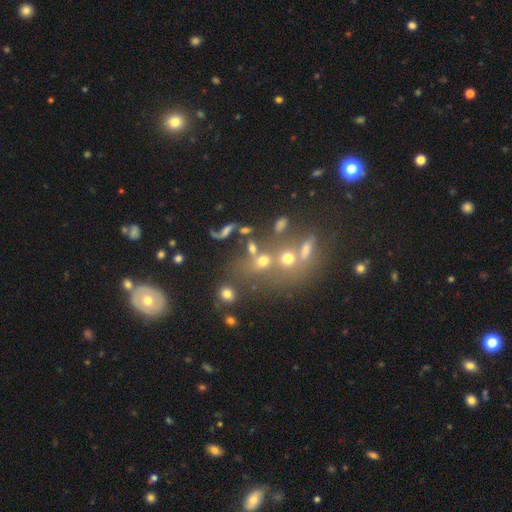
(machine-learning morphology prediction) The model was most divided on "merging": none: 44%, merger: 38%, minor disturbance: 11%, major disturbance: 8%. Remaining: smooth or featured — smooth (44%).